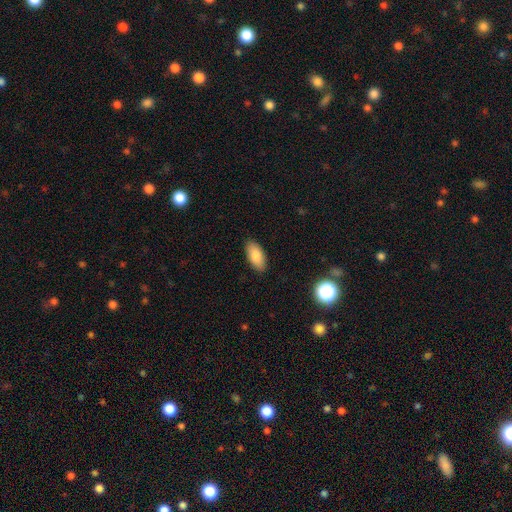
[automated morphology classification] This is clearly a smooth galaxy (86%). How rounded: clearly in between (91%). Merging: clearly none (89%).